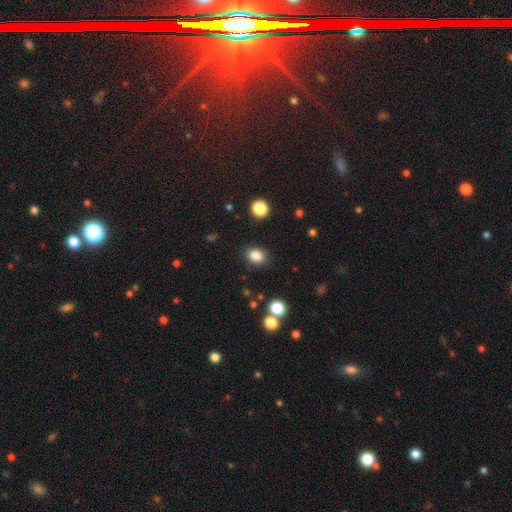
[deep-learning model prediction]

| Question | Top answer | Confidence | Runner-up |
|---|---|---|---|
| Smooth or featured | smooth | 85% | star or artifact (10%) |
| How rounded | in between | 52% | round (47%) |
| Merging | none | 86% | minor disturbance (9%) |